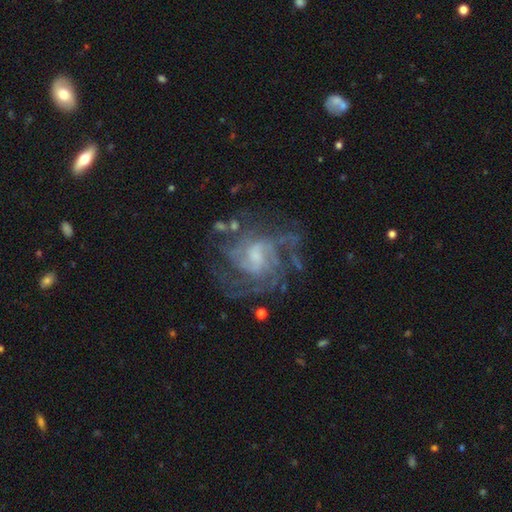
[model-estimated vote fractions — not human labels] smooth_or_featured: featured or disk (p=0.84) [alt: star or artifact p=0.08]
disk_edge_on: no (p=0.98) [alt: yes p=0.02]
bar: weak (p=0.51) [alt: no p=0.38]
has_spiral_arms: yes (p=0.92) [alt: no p=0.08]
spiral_winding: medium (p=0.45) [alt: tight p=0.40]
spiral_arm_count: can't tell (p=0.33) [alt: 3 p=0.21]
bulge_size: small (p=0.42) [alt: moderate p=0.34]
merging: none (p=0.62) [alt: major disturbance p=0.18]